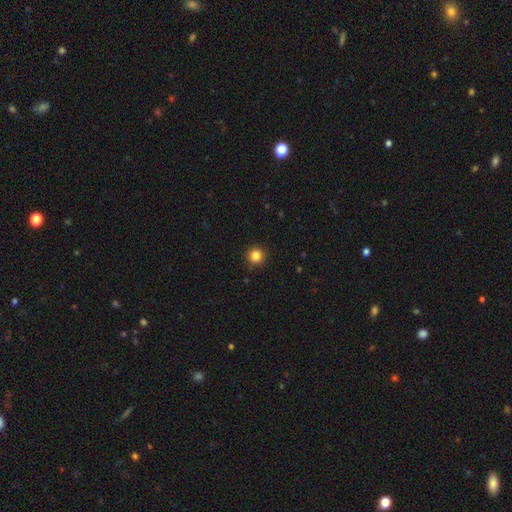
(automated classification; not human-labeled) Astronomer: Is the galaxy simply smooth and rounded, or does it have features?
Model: smooth — 84%.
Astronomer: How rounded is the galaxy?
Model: round — 95%.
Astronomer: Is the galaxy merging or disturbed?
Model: none — 92%.